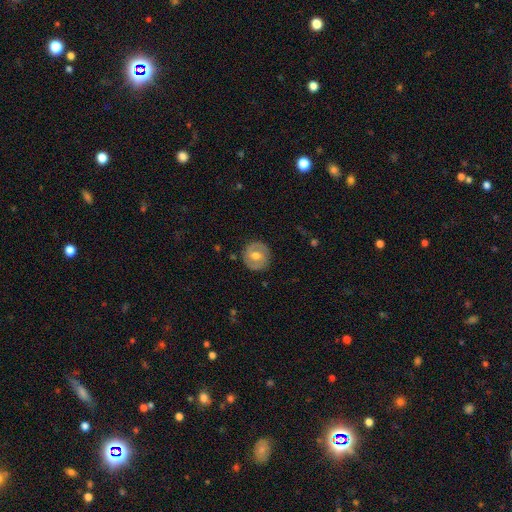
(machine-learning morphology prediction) This is possibly a featured or disk galaxy (54%). It is clearly not viewed edge-on (97%). Bar: marginally no (45%). Spiral arm pattern: likely yes (64%). Central bulge: likely moderate (76%). Merging: clearly none (86%).